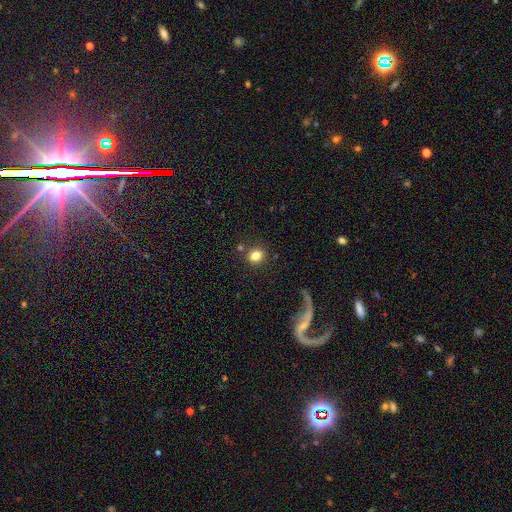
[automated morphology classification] Smooth or featured? smooth (81%)
How rounded? round (68%)
Merging? none (81%)